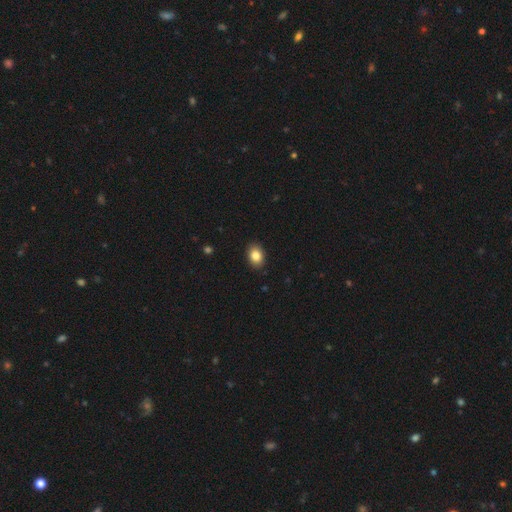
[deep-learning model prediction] The model was most divided on "how rounded": in between: 71%, round: 28%, cigar-shaped: 1%. More confident: merging — none (90%); smooth or featured — smooth (85%).